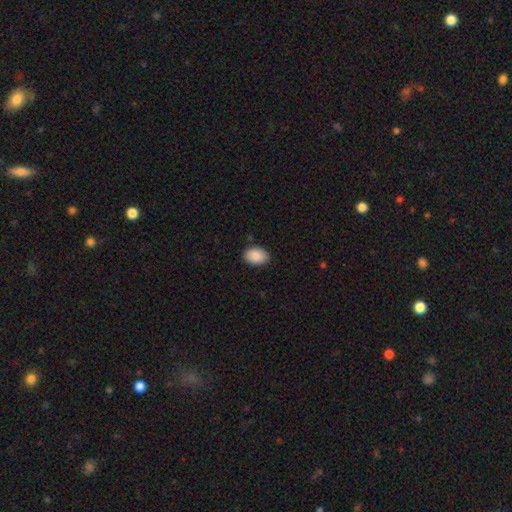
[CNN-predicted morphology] Q: Smooth or featured?
A: smooth (90%); runner-up: star or artifact (7%)
Q: How rounded?
A: in between (87%); runner-up: round (12%)
Q: Merging?
A: none (88%); runner-up: minor disturbance (9%)